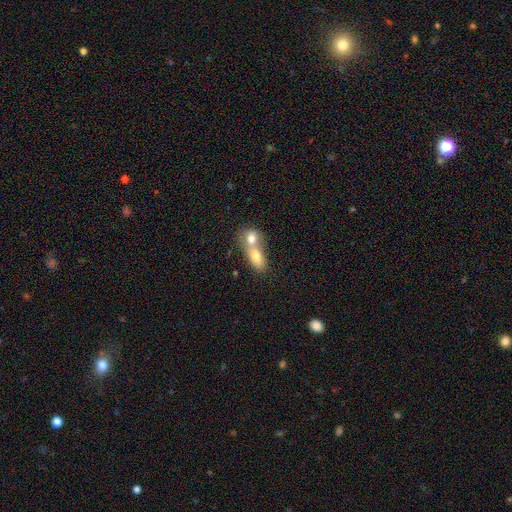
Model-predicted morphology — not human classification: smooth_or_featured: smooth (p=0.70) [alt: featured or disk p=0.22]
how_rounded: in between (p=0.69) [alt: round p=0.27]
merging: merger (p=0.75) [alt: none p=0.17]